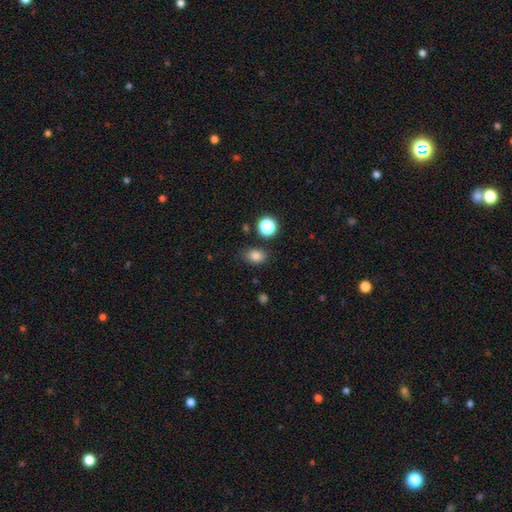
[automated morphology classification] smooth-or-featured: smooth: 82% | star or artifact: 13% | featured or disk: 5%
  how-rounded: in between: 63% | round: 36% | cigar-shaped: 1%
  merging: none: 81% | minor disturbance: 12% | merger: 3% | major disturbance: 3%